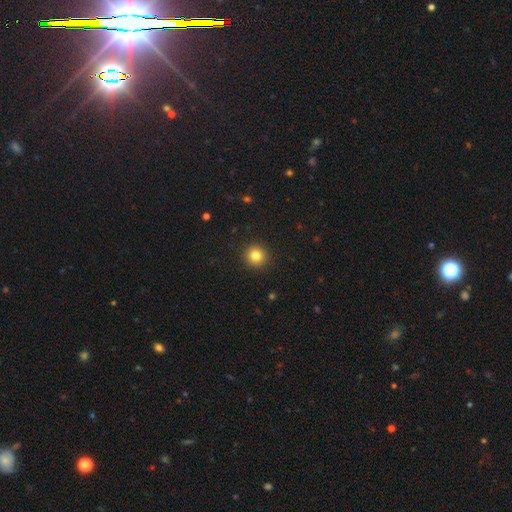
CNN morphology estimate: Smooth or featured? Predicted: smooth (p=0.82). How rounded? Predicted: round (p=0.94). Merging? Predicted: none (p=0.92).